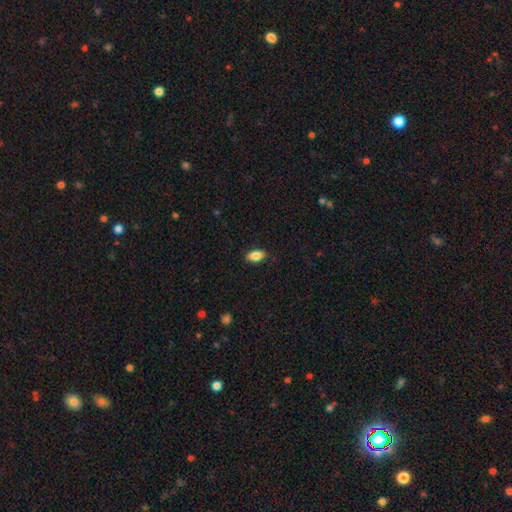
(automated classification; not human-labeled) Q: Smooth or featured?
A: smooth (87%); runner-up: star or artifact (8%)
Q: How rounded?
A: in between (91%); runner-up: round (5%)
Q: Merging?
A: none (86%); runner-up: minor disturbance (11%)